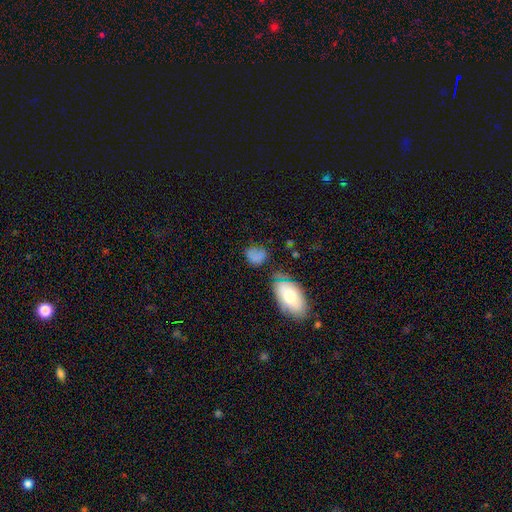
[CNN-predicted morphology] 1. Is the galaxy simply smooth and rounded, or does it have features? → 72% smooth, 15% star or artifact, 13% featured or disk.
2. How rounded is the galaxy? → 51% in between, 46% round, 2% cigar-shaped.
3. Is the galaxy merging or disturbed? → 56% none, 23% minor disturbance, 13% major disturbance, 8% merger.